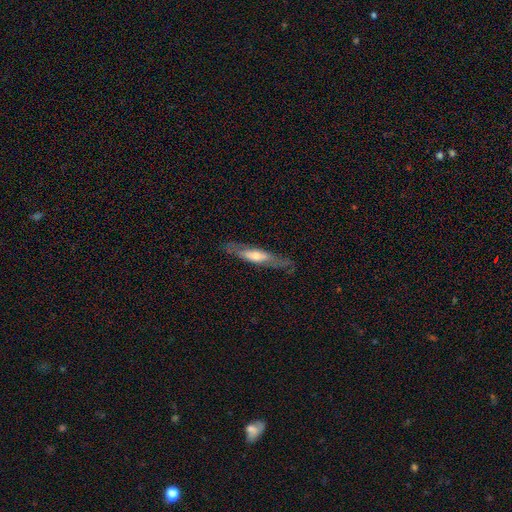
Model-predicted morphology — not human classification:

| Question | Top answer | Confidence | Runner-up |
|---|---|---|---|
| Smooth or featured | featured or disk | 59% | smooth (34%) |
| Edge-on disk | yes | 64% | no (36%) |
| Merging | none | 78% | minor disturbance (15%) |